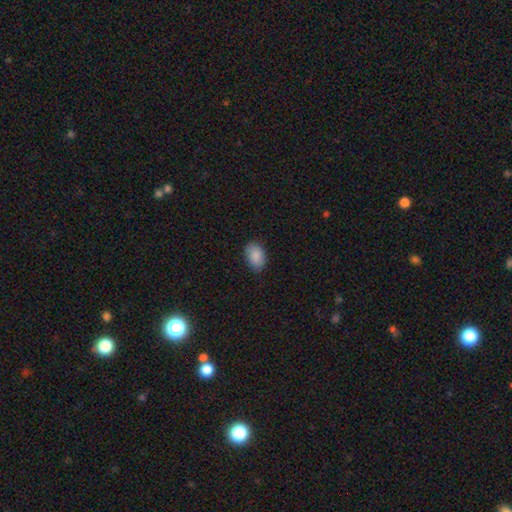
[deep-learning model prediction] This appears to be a smooth galaxy with no disk features (88%) that is in between round and cigar-shaped (87%). Merging: none (82%).